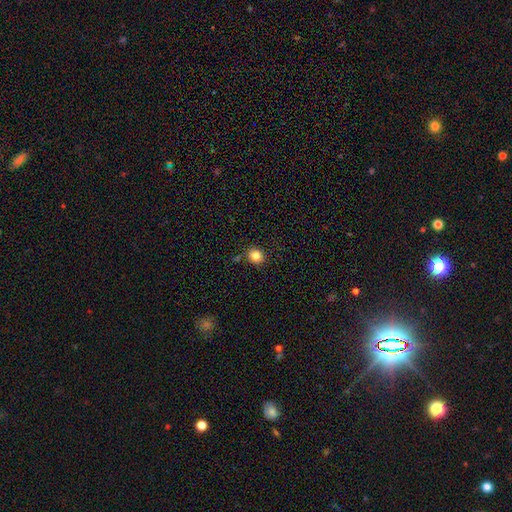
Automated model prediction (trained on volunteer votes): Smooth or featured? Predicted: smooth (p=0.83). How rounded? Predicted: round (p=0.79). Merging? Predicted: none (p=0.83).